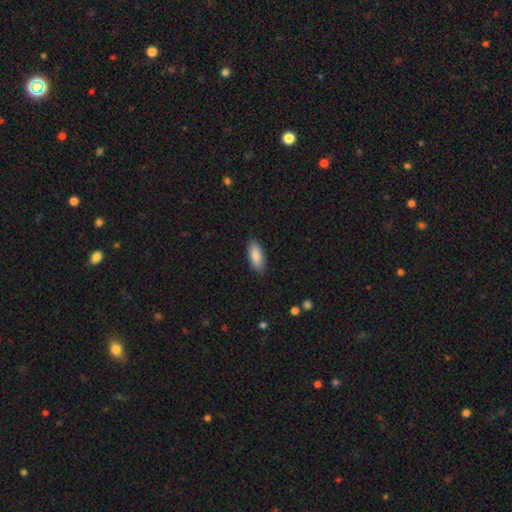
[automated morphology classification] A smooth galaxy with no disk features (88%) that is in between round and cigar-shaped (84%).

Vote fractions:
- Smooth or featured? smooth: 88% / featured or disk: 6% / star or artifact: 6%
- How rounded? in between: 84% / cigar-shaped: 14% / round: 2%
- Merging? none: 88% / minor disturbance: 9% / major disturbance: 2% / merger: 1%